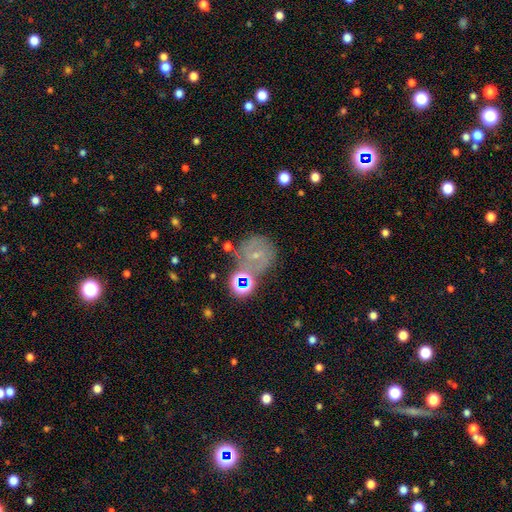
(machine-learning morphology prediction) smooth-or-featured: featured or disk: 49% | star or artifact: 27% | smooth: 23%
  merging: none: 61% | minor disturbance: 16% | merger: 14% | major disturbance: 9%